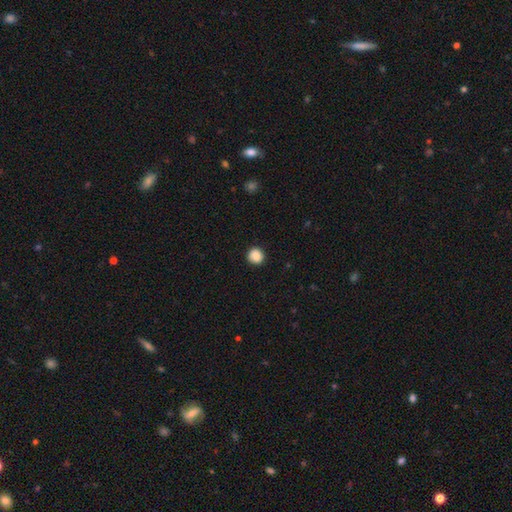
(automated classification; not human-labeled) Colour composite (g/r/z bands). It shows a smooth galaxy with no disk features (88%) that is round (89%). Merging: none (89%).